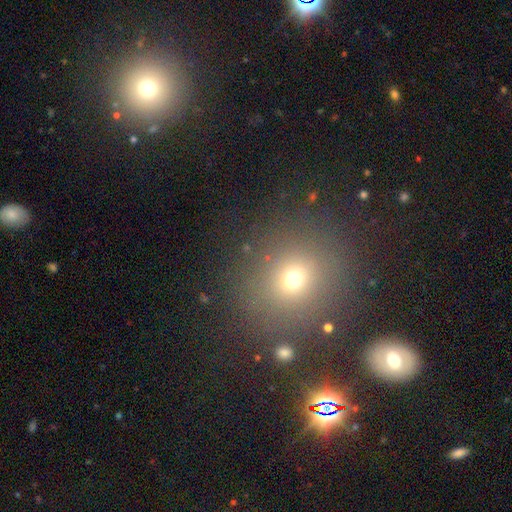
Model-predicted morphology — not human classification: A smooth galaxy with no disk features (59%) that is round (82%). Merging: none (85%).